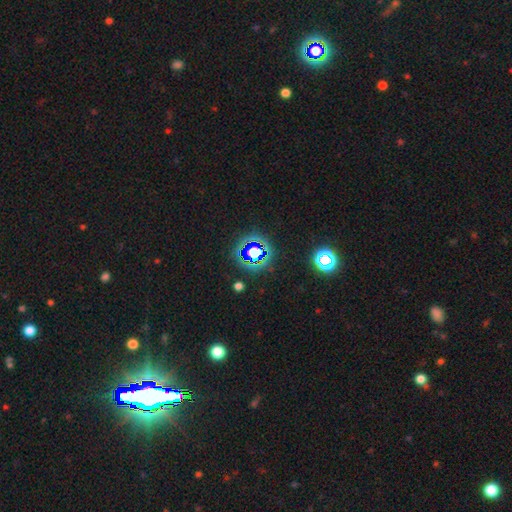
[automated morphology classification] Q: Smooth or featured?
A: star or artifact (66%); runner-up: smooth (21%)